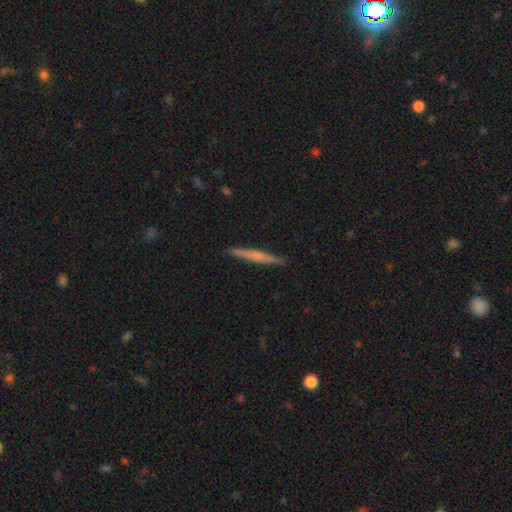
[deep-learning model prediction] Smooth or featured: featured or disk — 50% (smooth — 44%)
Edge-on disk: yes — 98% (no — 2%)
Merging: none — 91% (minor disturbance — 6%)